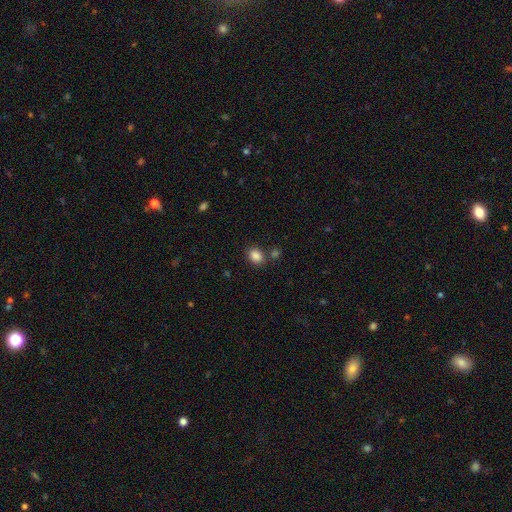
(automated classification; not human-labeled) A smooth galaxy with no disk features (86%) that is in between round and cigar-shaped (63%). Merging: none (75%).